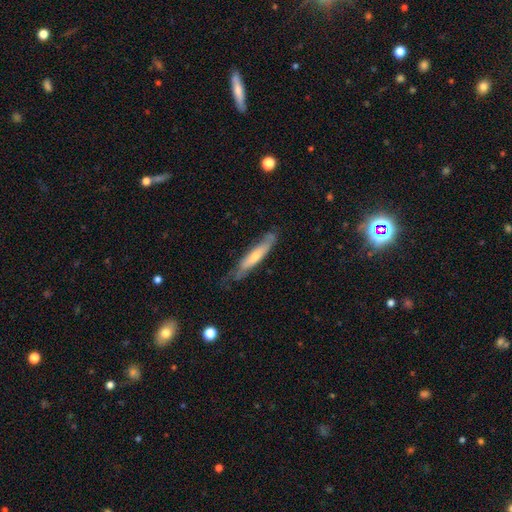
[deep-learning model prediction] Morphology: type=smooth (47%, tied with featured or disk); merging=none (59%).